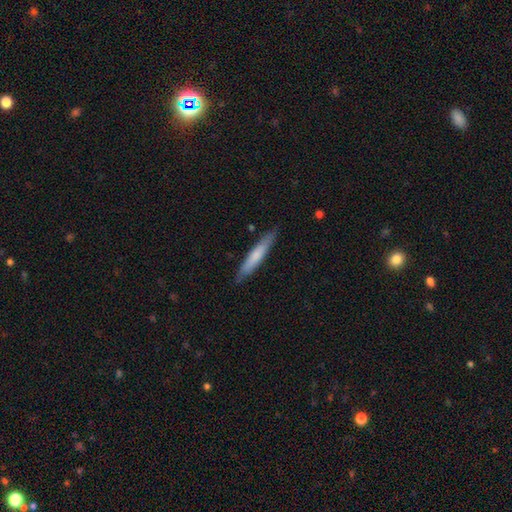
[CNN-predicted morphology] smooth 66%, featured or disk 29%, star or artifact 5%. Down the decision tree: how rounded — cigar-shaped (93%); merging — none (87%).